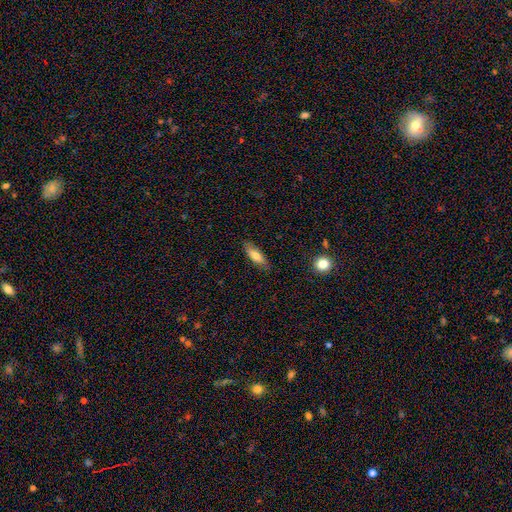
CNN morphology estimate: smooth 71%, featured or disk 22%, star or artifact 7%. Down the decision tree: how rounded — in between (52%); merging — none (85%).